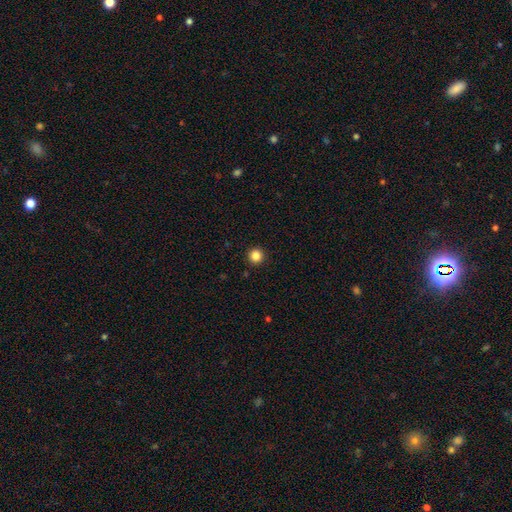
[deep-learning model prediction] The model was most divided on "smooth or featured": smooth: 85%, star or artifact: 11%, featured or disk: 3%. More confident: how rounded — round (95%); merging — none (93%).